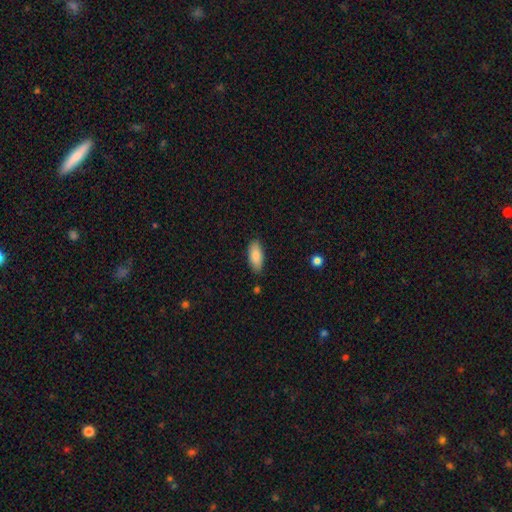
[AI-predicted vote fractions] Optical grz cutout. It shows a smooth galaxy with no disk features (86%) that is in between round and cigar-shaped (85%). Merging: none (84%).